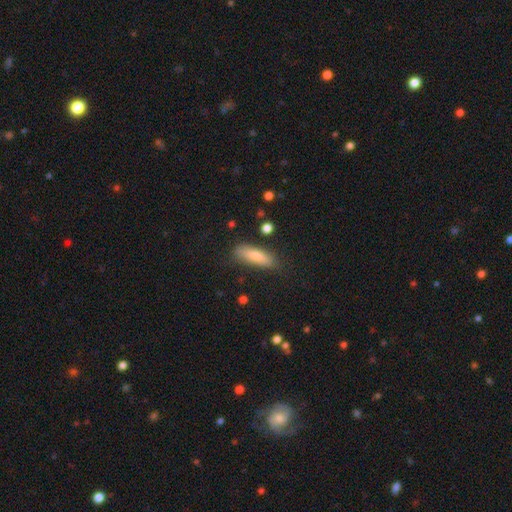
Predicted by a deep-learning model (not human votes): Morphology: type=smooth (67%); roundness=cigar-shaped (55%); merging=none (79%).